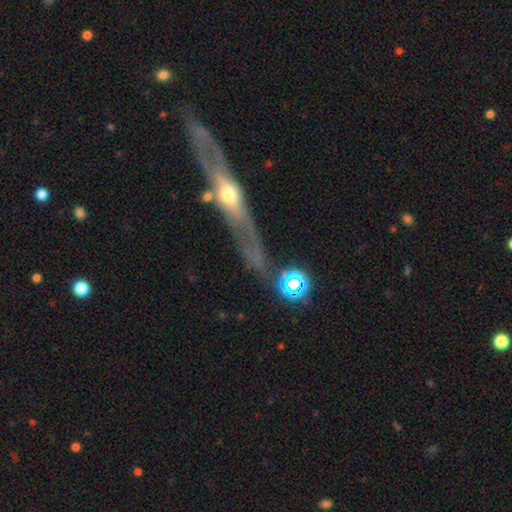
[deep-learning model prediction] This appears to be a featured or disk galaxy (70%) viewed edge-on (75%) with a rounded central bulge (84%). Merging: none (76%).